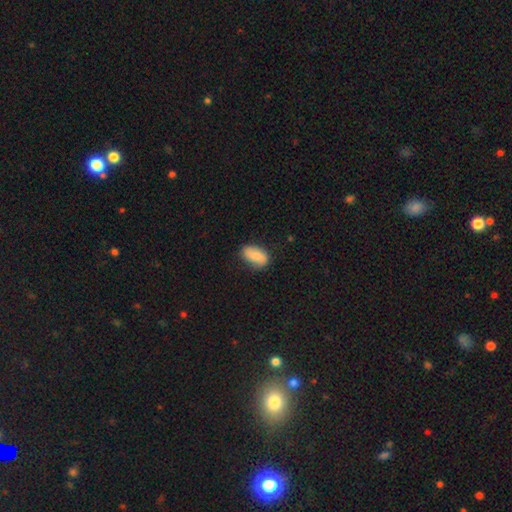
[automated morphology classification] A smooth galaxy with no disk features (78%) that is in between round and cigar-shaped (91%). Merging: none (76%).